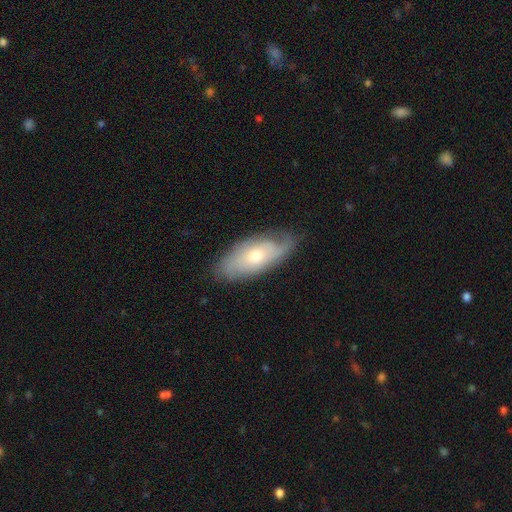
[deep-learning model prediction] This appears to be a featured or disk galaxy (55%). Merging: none (72%).